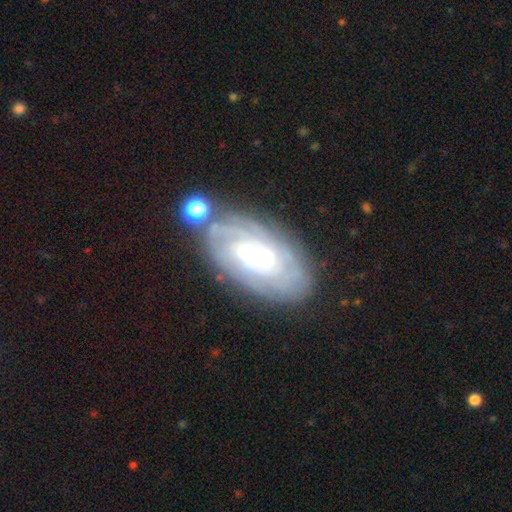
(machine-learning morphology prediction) The model was most divided on "bar": weak: 46%, no: 32%, strong: 22%. Remaining: edge-on disk — no (94%); spiral arms — yes (92%); smooth or featured — featured or disk (82%); spiral winding — tight (75%); merging — none (71%); bulge size — small (55%); spiral arm count — can't tell (46%).